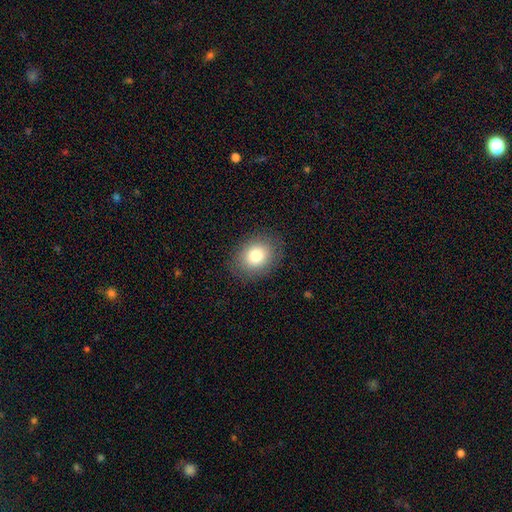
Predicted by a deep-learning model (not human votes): Smooth or featured? Predicted: smooth (p=0.81). How rounded? Predicted: in between (p=0.53). Merging? Predicted: none (p=0.86).